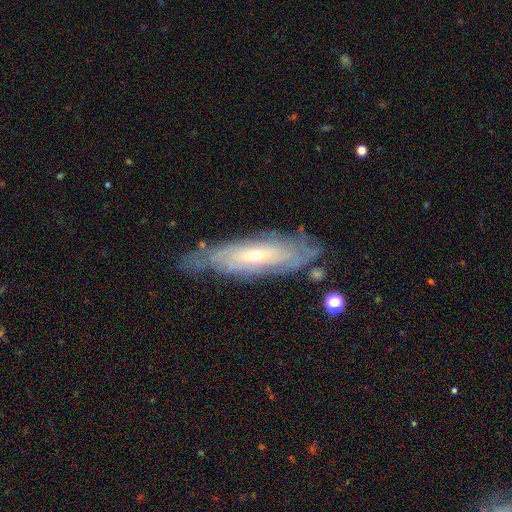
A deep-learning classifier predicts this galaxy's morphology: This is likely a featured or disk galaxy (76%). It is likely not viewed edge-on (74%). Bar: likely no (64%). Spiral arm pattern: clearly yes (84%). Central bulge: likely small (61%). Merging: likely none (72%).